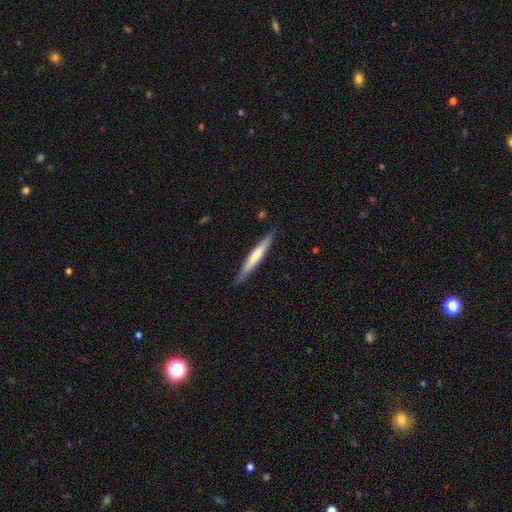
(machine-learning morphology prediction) A smooth galaxy with no disk features (54%) that is cigar-shaped (95%).

Vote fractions:
- Smooth or featured? smooth: 54% / featured or disk: 41% / star or artifact: 5%
- How rounded? cigar-shaped: 95% / in between: 4% / round: 1%
- Merging? none: 87% / minor disturbance: 10% / major disturbance: 2% / merger: 1%